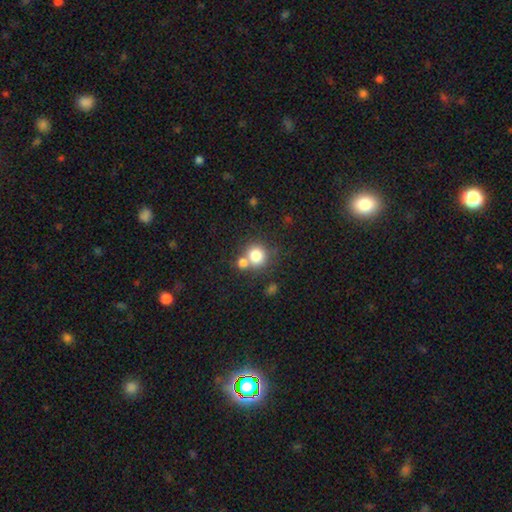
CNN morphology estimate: Q: Smooth or featured?
A: smooth (79%); runner-up: star or artifact (12%)
Q: How rounded?
A: round (89%); runner-up: in between (10%)
Q: Merging?
A: none (54%); runner-up: merger (34%)